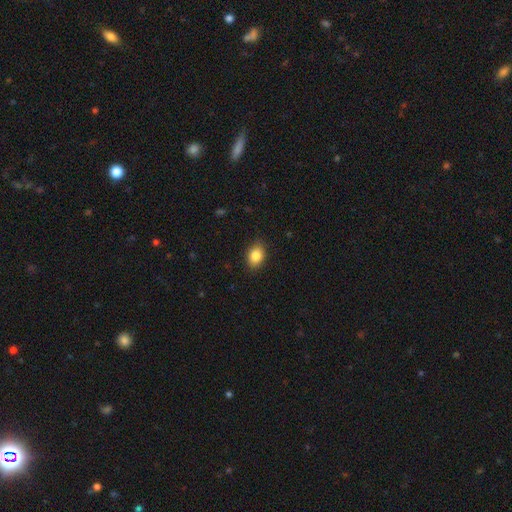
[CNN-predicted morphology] This is clearly a smooth galaxy (85%). How rounded: likely in between (73%). Merging: clearly none (86%).